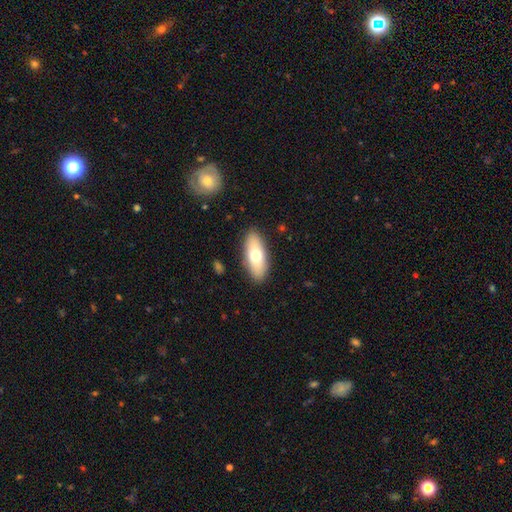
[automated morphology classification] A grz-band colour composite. It shows a smooth galaxy with no disk features (68%) that is in between round and cigar-shaped (80%). Merging: none (88%).